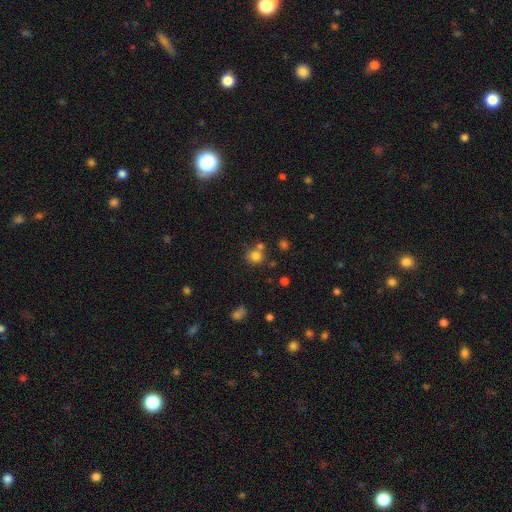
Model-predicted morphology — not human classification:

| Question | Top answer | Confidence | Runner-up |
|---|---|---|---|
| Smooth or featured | smooth | 79% | star or artifact (13%) |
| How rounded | round | 81% | in between (18%) |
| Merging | none | 64% | merger (22%) |